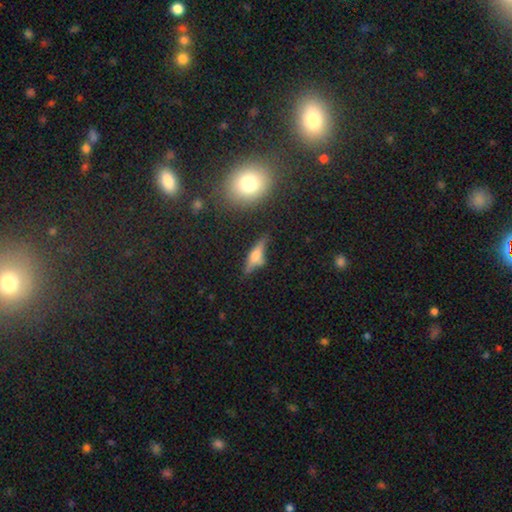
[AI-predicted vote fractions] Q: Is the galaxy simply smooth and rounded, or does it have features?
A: featured or disk — 48%.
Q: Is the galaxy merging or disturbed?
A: none — 68%.